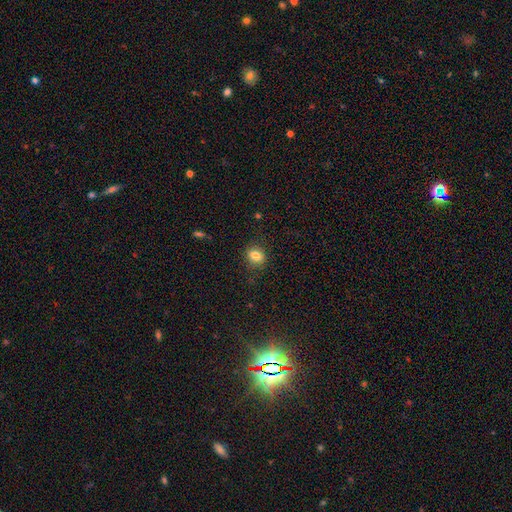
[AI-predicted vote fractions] A smooth galaxy with no disk features (83%) that is in between round and cigar-shaped (57%). Merging: none (83%).